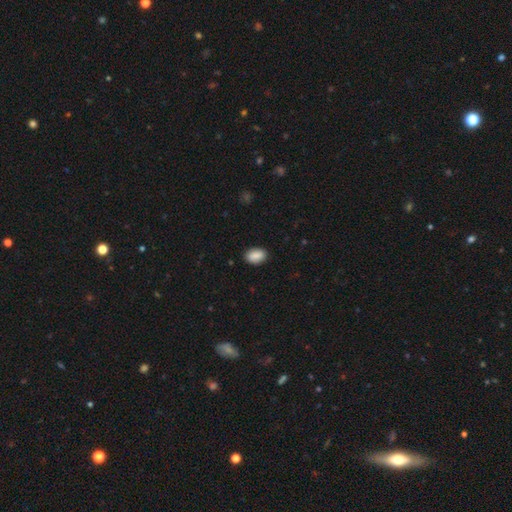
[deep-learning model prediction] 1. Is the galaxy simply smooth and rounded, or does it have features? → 88% smooth, 7% star or artifact, 5% featured or disk.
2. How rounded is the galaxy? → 87% in between, 11% round, 2% cigar-shaped.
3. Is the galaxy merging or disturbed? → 87% none, 10% minor disturbance, 2% major disturbance, 1% merger.